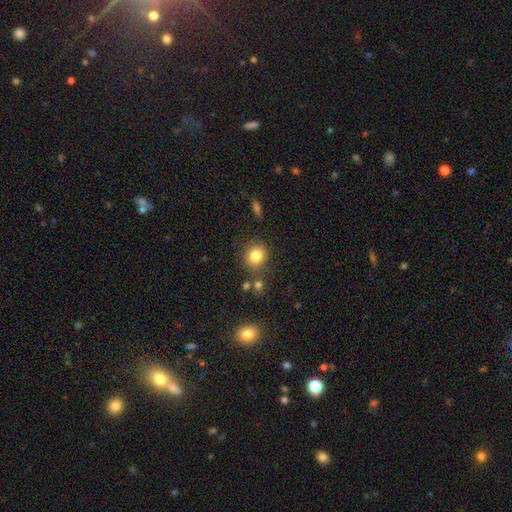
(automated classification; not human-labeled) A smooth galaxy with no disk features (82%) that is round (81%). Merging: none (77%).